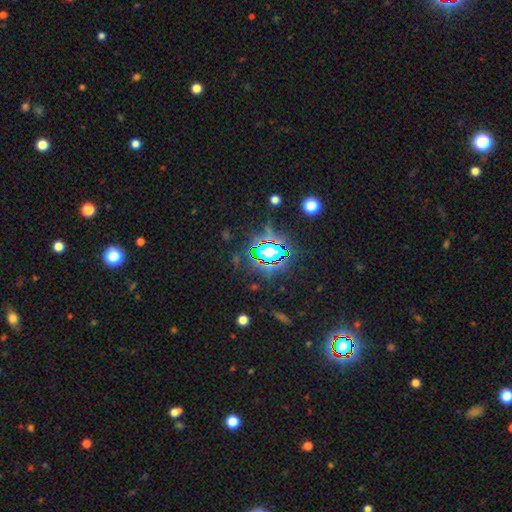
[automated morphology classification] A star or artifact, not a galaxy (80%).